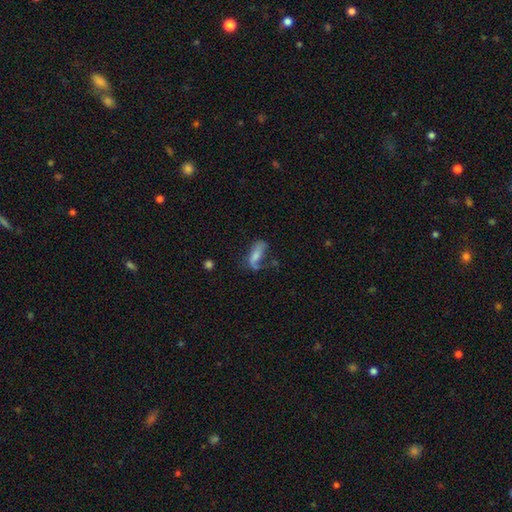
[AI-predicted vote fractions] Smooth or featured: smooth — 57% (featured or disk — 34%)
How rounded: in between — 63% (cigar-shaped — 33%)
Merging: none — 34% (tied with major disturbance — 34%)